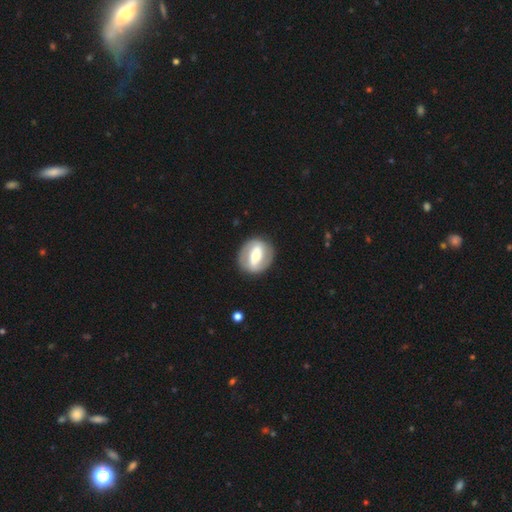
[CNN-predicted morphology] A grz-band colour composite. It shows a featured or disk galaxy (69%) with a strong bar (61%), spiral arms (65%) and a moderate central bulge (56%). Merging: none (86%).